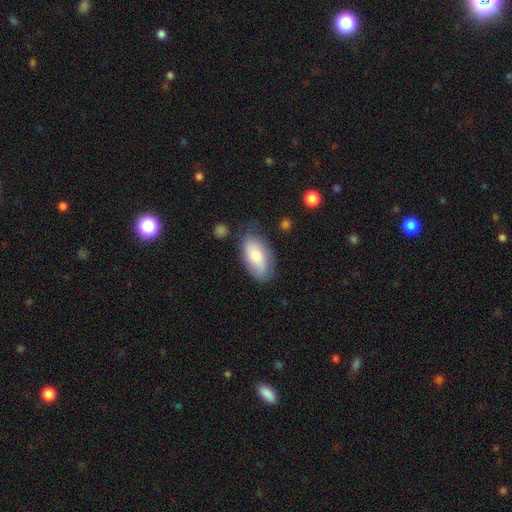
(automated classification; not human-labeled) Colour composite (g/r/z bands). It shows a smooth galaxy with no disk features (78%) that is in between round and cigar-shaped (93%). Merging: none (68%).